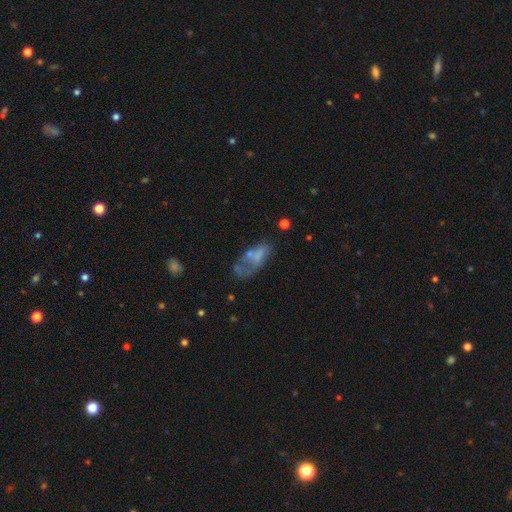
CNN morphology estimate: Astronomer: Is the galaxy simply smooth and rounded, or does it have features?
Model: smooth — 50% (runner-up: featured or disk, 39%).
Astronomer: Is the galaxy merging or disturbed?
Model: major disturbance — 32% (runner-up: none, 29%).